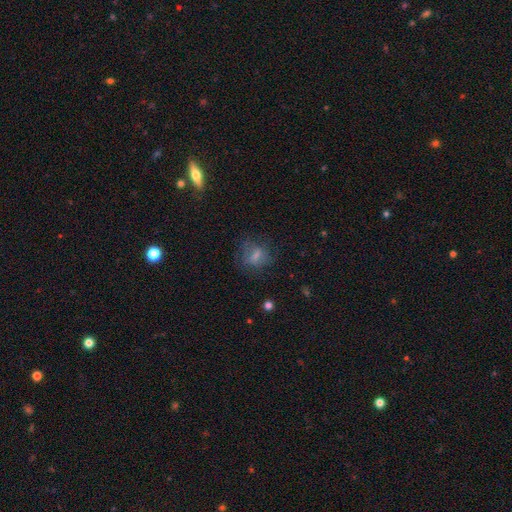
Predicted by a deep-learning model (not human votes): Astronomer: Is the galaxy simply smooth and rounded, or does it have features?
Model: smooth — 57%.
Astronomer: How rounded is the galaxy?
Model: in between — 48%, tied with round at 48%.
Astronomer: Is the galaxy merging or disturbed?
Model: none — 58%.